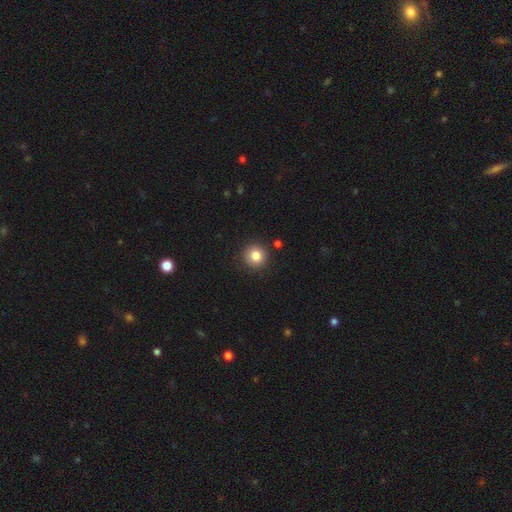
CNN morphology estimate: type=smooth (83%); roundness=round (95%); merging=none (89%).